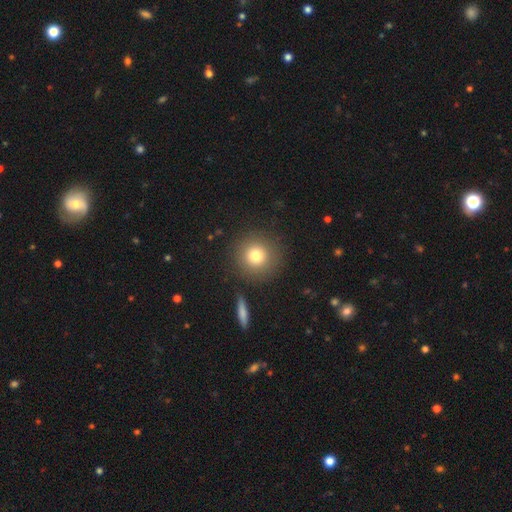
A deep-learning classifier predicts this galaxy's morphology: type=smooth (78%); roundness=round (94%); merging=none (87%).